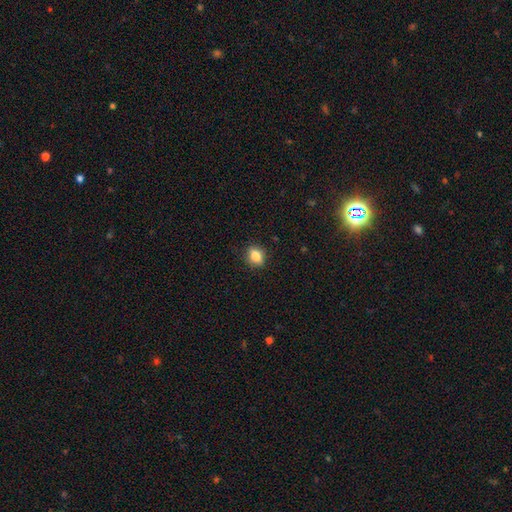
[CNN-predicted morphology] This is clearly a smooth galaxy (83%). How rounded: likely in between (62%). Merging: clearly none (85%).